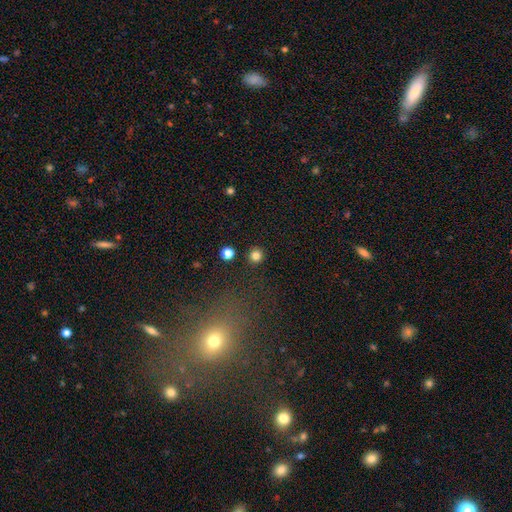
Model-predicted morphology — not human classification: Smooth or featured?
  - smooth: 82% *
  - star or artifact: 13%
  - featured or disk: 5%
How rounded?
  - round: 95% *
  - in between: 4%
  - cigar-shaped: 1%
Merging?
  - none: 91% *
  - minor disturbance: 5%
  - merger: 2%
  - major disturbance: 2%